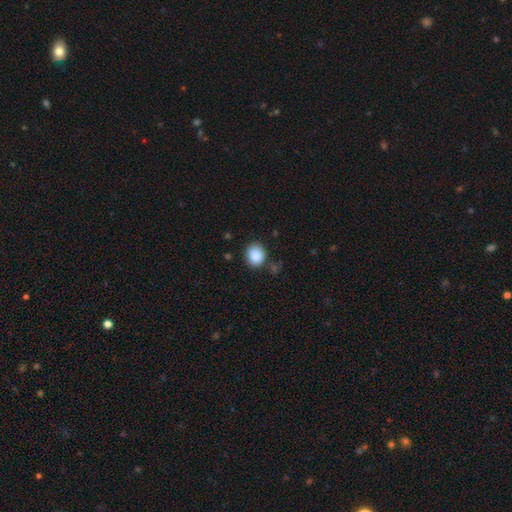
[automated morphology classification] type=smooth (87%); roundness=round (68%); merging=none (77%).